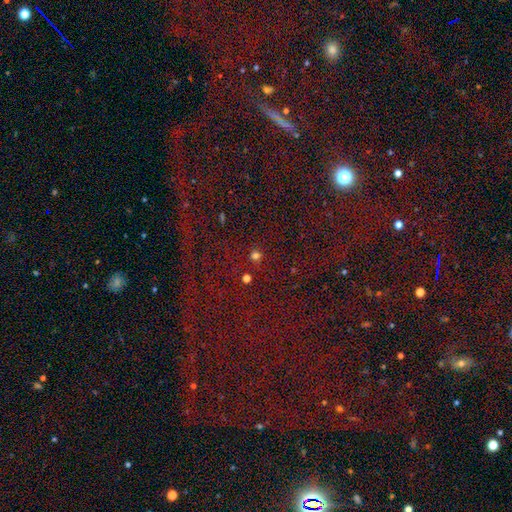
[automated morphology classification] Smooth or featured? Predicted: smooth (p=0.63). How rounded? Predicted: round (p=0.90). Merging? Predicted: none (p=0.82).